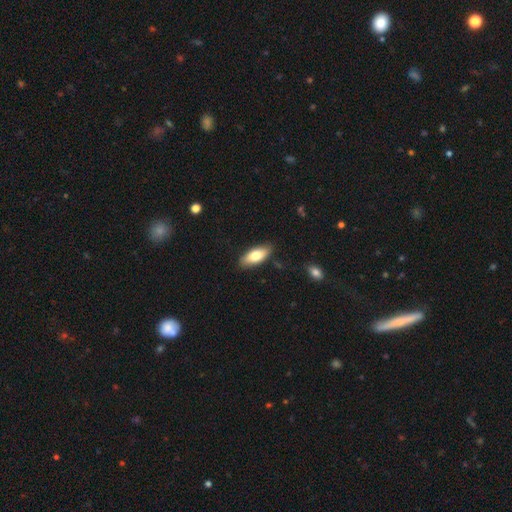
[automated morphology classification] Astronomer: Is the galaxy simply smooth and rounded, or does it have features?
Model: smooth — 76%.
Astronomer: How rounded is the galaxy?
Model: in between — 82%.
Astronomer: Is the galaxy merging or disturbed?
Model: none — 85%.